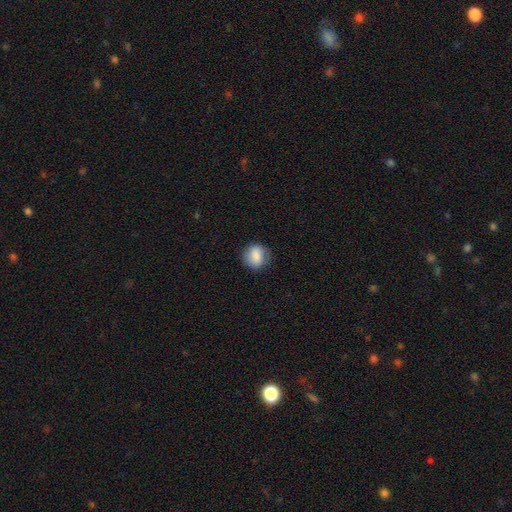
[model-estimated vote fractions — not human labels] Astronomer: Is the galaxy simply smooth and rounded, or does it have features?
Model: smooth — 84%.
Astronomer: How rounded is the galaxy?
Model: round — 73%.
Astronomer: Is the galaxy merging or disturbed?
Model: none — 81%.